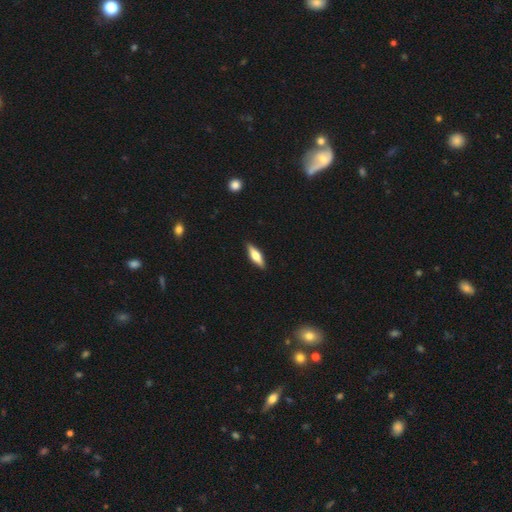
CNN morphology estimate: Q: Smooth or featured?
A: smooth (57%); runner-up: featured or disk (37%)
Q: How rounded?
A: cigar-shaped (52%); runner-up: in between (46%)
Q: Merging?
A: none (89%); runner-up: minor disturbance (8%)